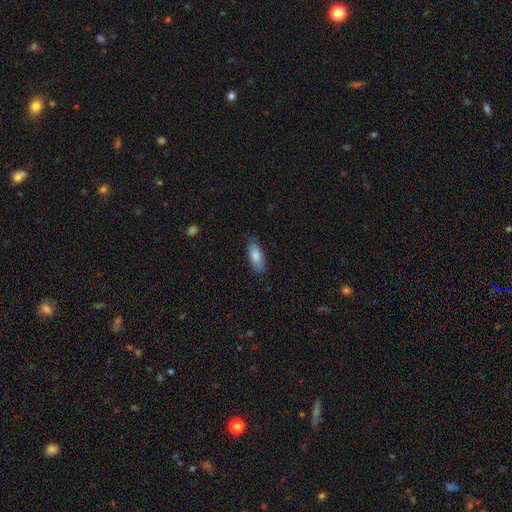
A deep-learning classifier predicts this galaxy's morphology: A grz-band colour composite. It shows a smooth galaxy with no disk features (82%) that is in between round and cigar-shaped (76%). Merging: none (81%).